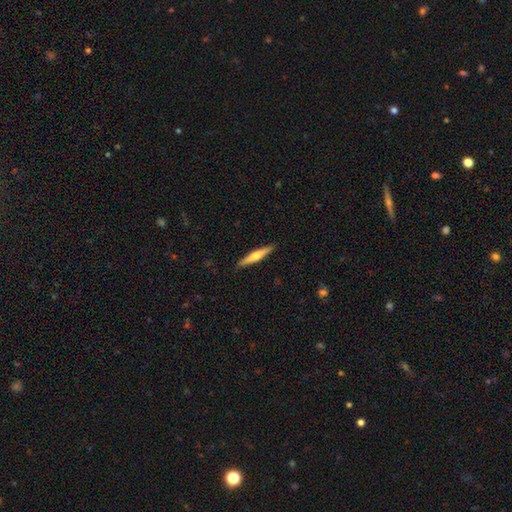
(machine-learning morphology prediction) featured or disk 51%, smooth 43%, star or artifact 5%. Down the decision tree: edge-on disk — yes (96%); merging — none (91%).